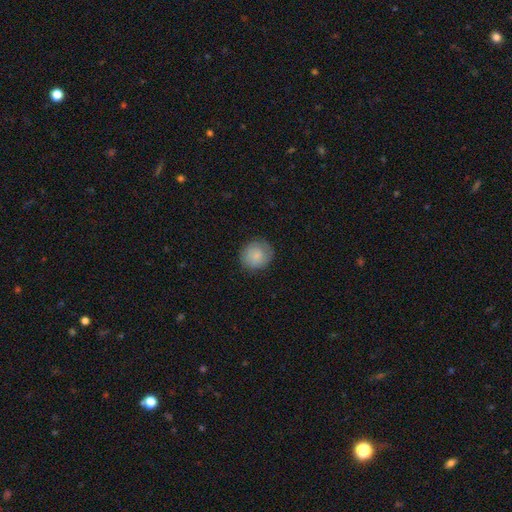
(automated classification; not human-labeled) Smooth or featured? Predicted: smooth (p=0.82). How rounded? Predicted: round (p=0.85). Merging? Predicted: none (p=0.81).